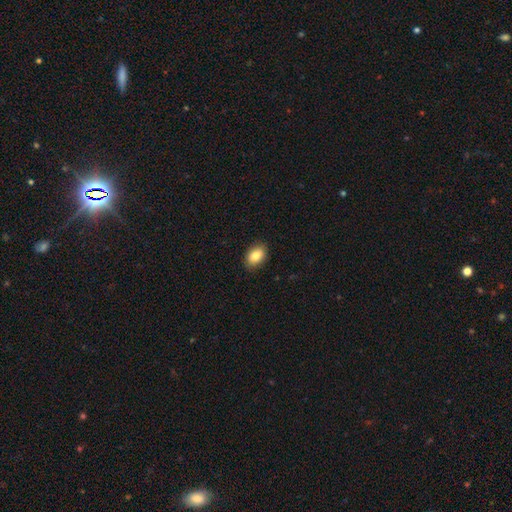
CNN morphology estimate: type=smooth (83%); roundness=in between (85%); merging=none (87%).